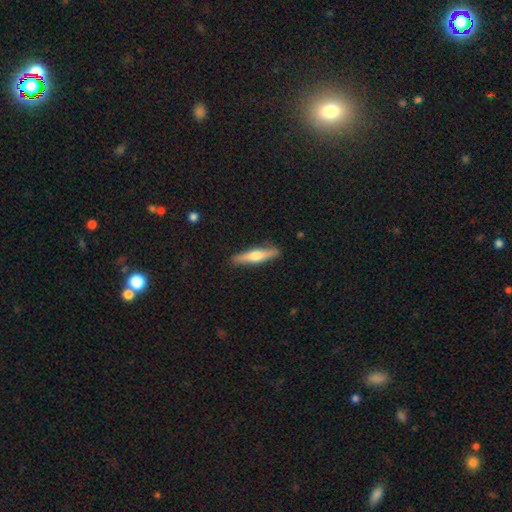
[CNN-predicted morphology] A featured or disk galaxy (50%). Merging: none (88%).